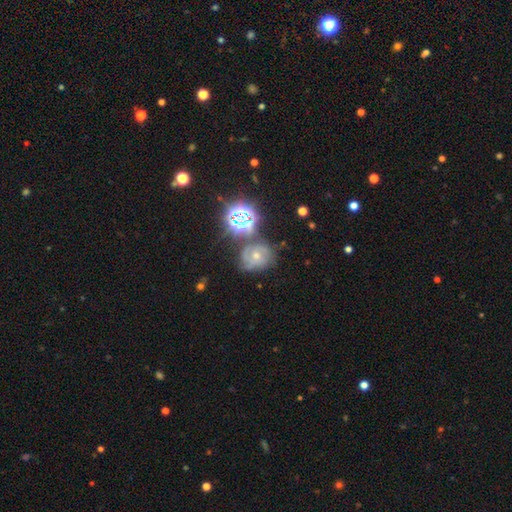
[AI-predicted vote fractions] A featured or disk galaxy (55%) with no bar (73%), spiral arms (80%) and a moderate central bulge (58%). Merging: none (55%).